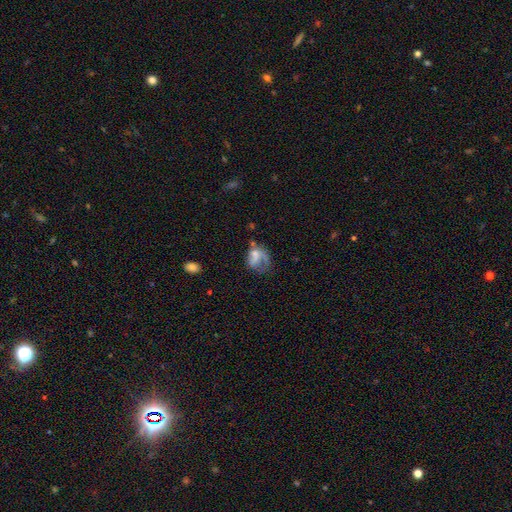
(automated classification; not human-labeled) smooth-or-featured: smooth: 49% | featured or disk: 40% | star or artifact: 12%
  merging: major disturbance: 45% | none: 24% | minor disturbance: 21% | merger: 10%